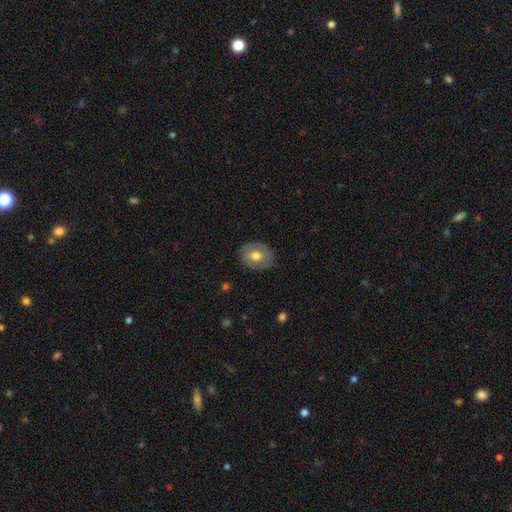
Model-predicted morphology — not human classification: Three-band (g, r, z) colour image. It shows a smooth galaxy with no disk features (63%) that is round (51%). Merging: none (84%).